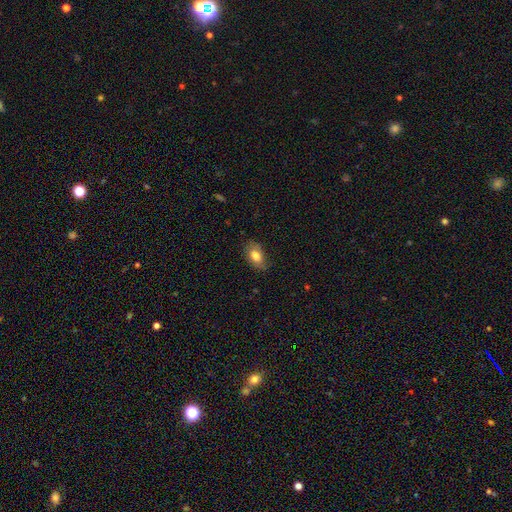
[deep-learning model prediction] The model was most divided on "merging": none: 75%, minor disturbance: 19%, major disturbance: 4%, merger: 1%. More confident: how rounded — in between (89%); smooth or featured — smooth (76%).